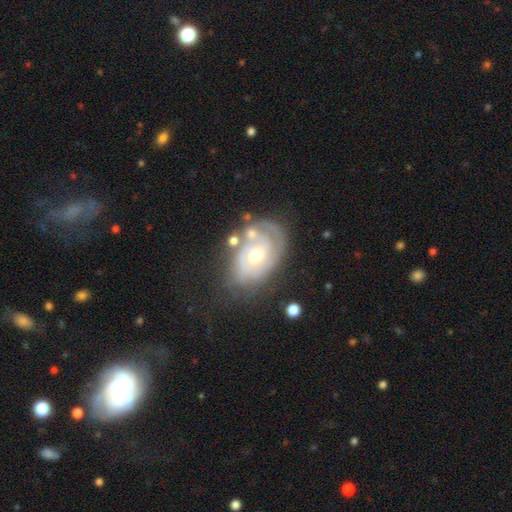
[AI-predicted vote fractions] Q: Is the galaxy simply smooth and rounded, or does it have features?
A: featured or disk — 75%.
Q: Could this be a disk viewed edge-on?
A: no — 95%.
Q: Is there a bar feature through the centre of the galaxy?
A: no — 76%.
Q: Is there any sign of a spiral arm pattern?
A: yes — 77%.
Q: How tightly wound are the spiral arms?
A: tight — 65%.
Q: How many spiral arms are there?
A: can't tell — 41%.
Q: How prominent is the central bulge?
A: moderate — 64%.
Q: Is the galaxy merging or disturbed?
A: none — 54%.